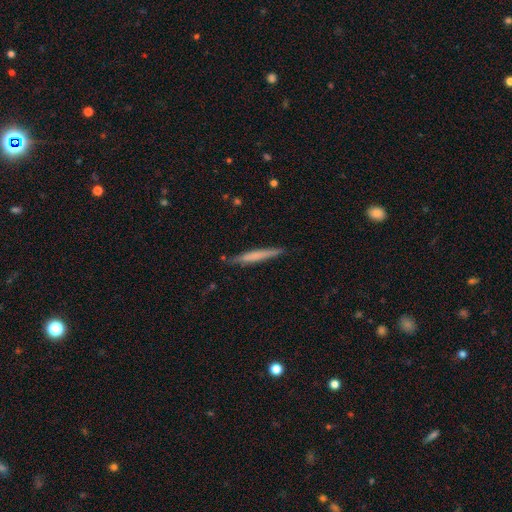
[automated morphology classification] Smooth or featured? Predicted: smooth (p=0.57). How rounded? Predicted: cigar-shaped (p=0.96). Merging? Predicted: none (p=0.84).